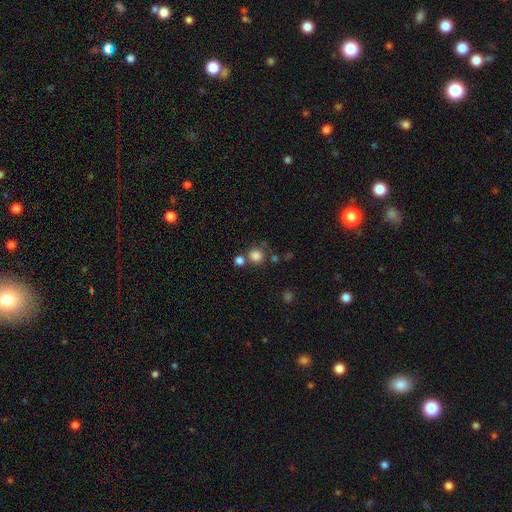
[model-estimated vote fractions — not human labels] smooth 82%, star or artifact 12%, featured or disk 6%. Down the decision tree: how rounded — round (91%); merging — none (65%).